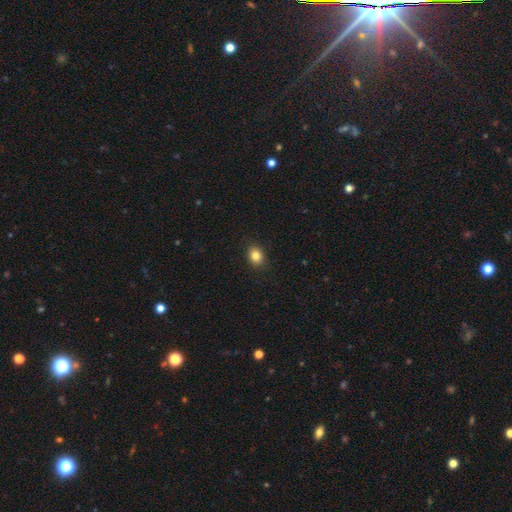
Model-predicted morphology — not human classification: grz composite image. It shows a smooth galaxy with no disk features (84%) that is in between round and cigar-shaped (52%). Merging: none (89%).